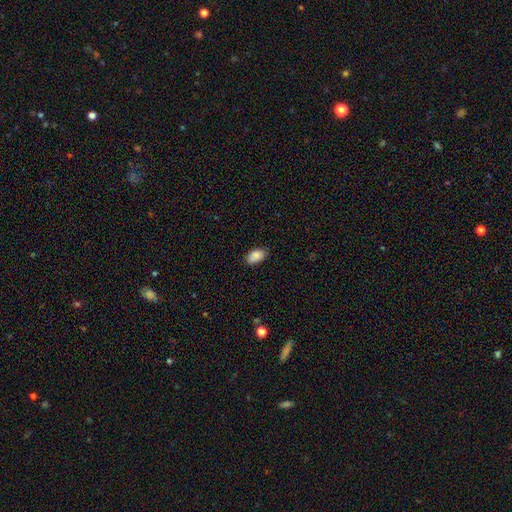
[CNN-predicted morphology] smooth 87%, star or artifact 8%, featured or disk 5%. Down the decision tree: how rounded — in between (93%); merging — none (82%).